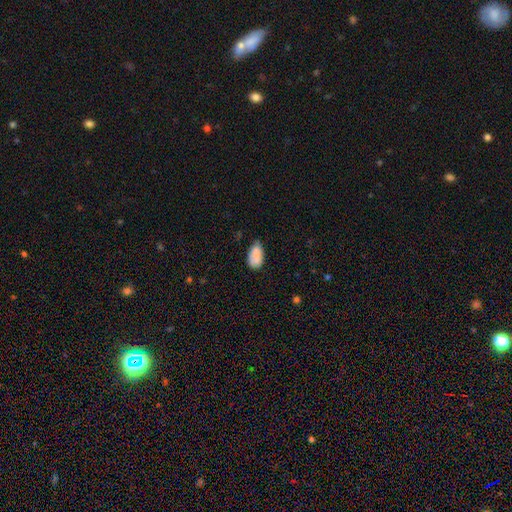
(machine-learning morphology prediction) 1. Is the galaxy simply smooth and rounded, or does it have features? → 83% smooth, 10% featured or disk, 8% star or artifact.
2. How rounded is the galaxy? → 93% in between, 5% round, 2% cigar-shaped.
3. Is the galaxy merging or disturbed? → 56% none, 34% minor disturbance, 7% major disturbance, 3% merger.